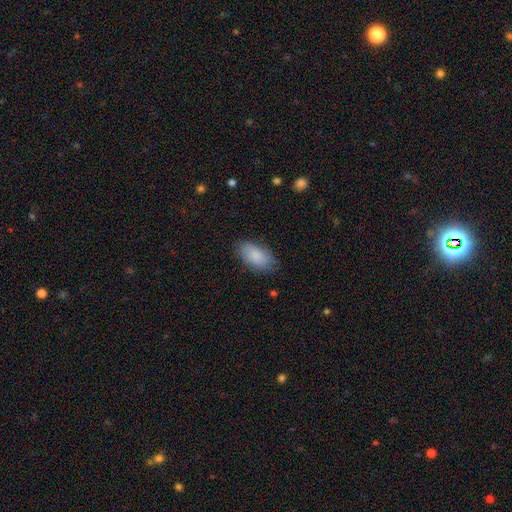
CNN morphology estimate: Smooth or featured: smooth — 85% (featured or disk — 9%)
How rounded: in between — 94% (round — 3%)
Merging: none — 80% (minor disturbance — 15%)